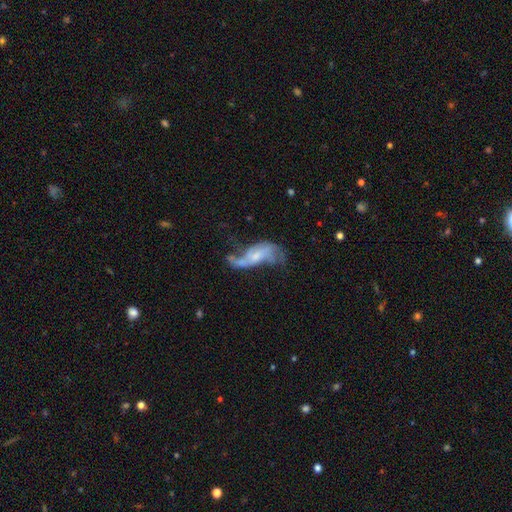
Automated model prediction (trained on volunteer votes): Smooth or featured? featured or disk (72%)
Edge-on disk? no (92%)
Bar? no (52%)
Spiral arms? yes (79%)
Spiral winding? loose (74%)
Spiral arm count? 2 (71%)
Bulge size? small (52%)
Merging? major disturbance (38%)